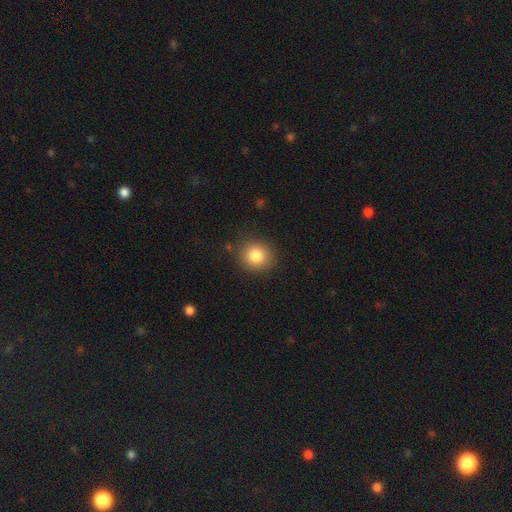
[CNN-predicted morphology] smooth_or_featured: smooth (p=0.83) [alt: star or artifact p=0.10]
how_rounded: round (p=0.86) [alt: in between p=0.13]
merging: none (p=0.87) [alt: minor disturbance p=0.09]